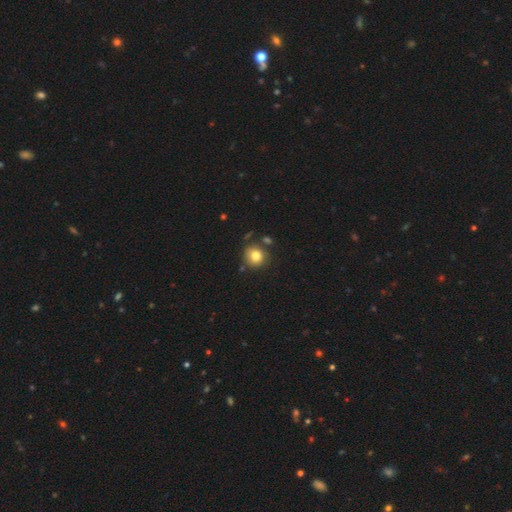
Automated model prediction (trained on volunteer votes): This appears to be a smooth galaxy with no disk features (81%) that is round (88%). Merging: none (77%).